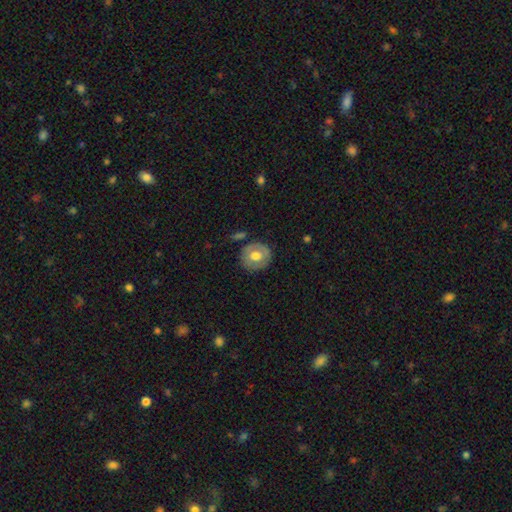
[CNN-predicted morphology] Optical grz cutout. It shows a smooth galaxy with no disk features (56%) that is round (83%). Merging: none (81%).